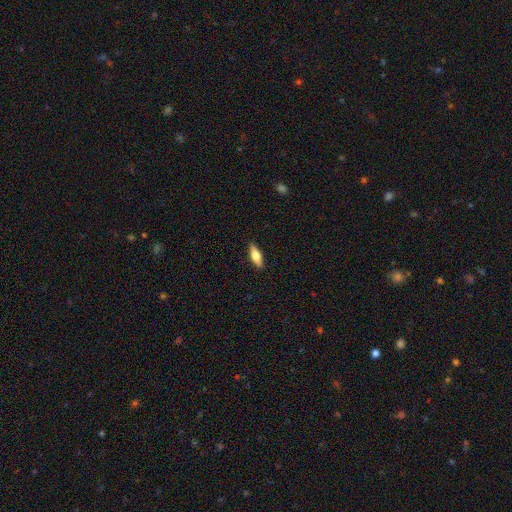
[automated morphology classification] Q: Smooth or featured?
A: smooth (61%); runner-up: featured or disk (33%)
Q: How rounded?
A: in between (57%); runner-up: cigar-shaped (40%)
Q: Merging?
A: none (89%); runner-up: minor disturbance (8%)